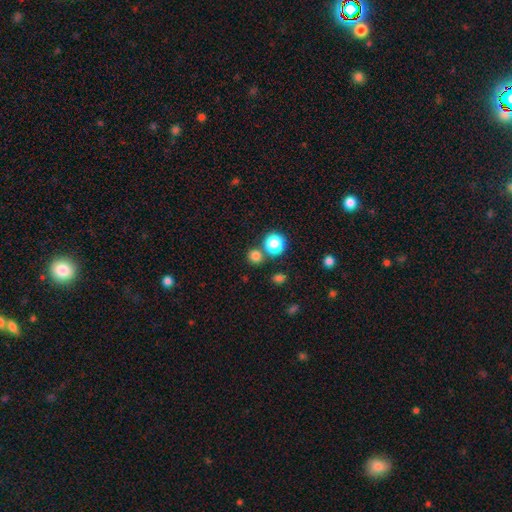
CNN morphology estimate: smooth_or_featured: smooth (p=0.77) [alt: star or artifact p=0.18]
how_rounded: round (p=0.90) [alt: in between p=0.09]
merging: none (p=0.74) [alt: merger p=0.17]